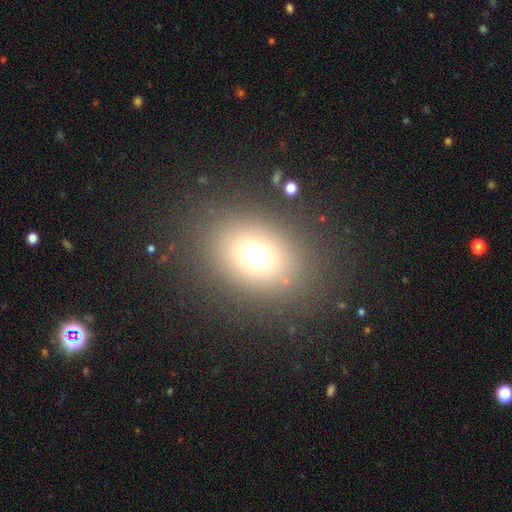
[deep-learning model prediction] Q: Smooth or featured?
A: smooth (67%); runner-up: star or artifact (21%)
Q: How rounded?
A: in between (56%); runner-up: round (43%)
Q: Merging?
A: none (84%); runner-up: minor disturbance (8%)